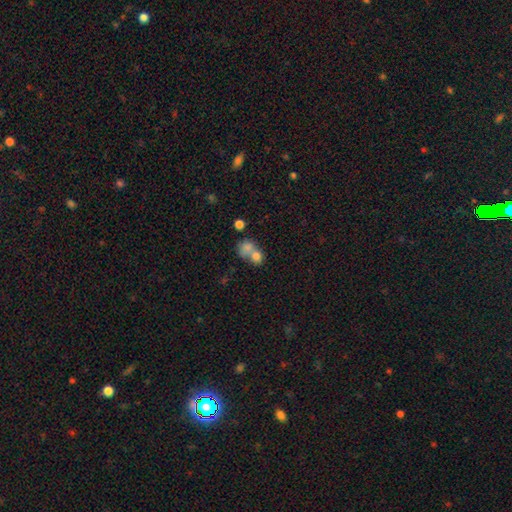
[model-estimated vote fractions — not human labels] Smooth or featured? smooth (74%)
How rounded? round (66%)
Merging? merger (65%)